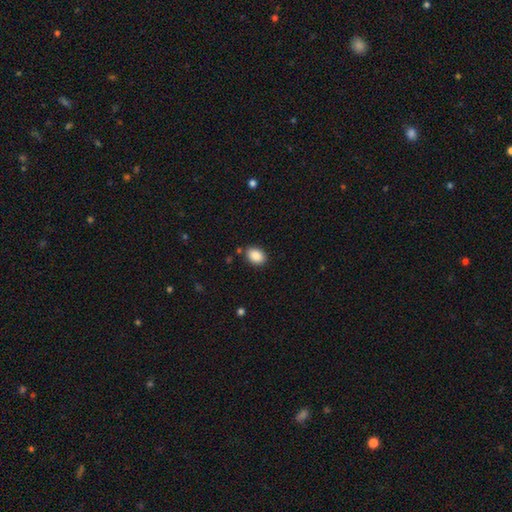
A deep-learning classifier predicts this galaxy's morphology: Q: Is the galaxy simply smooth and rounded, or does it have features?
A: smooth — 89%.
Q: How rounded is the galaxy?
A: in between — 79%.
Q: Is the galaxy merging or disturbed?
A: none — 85%.